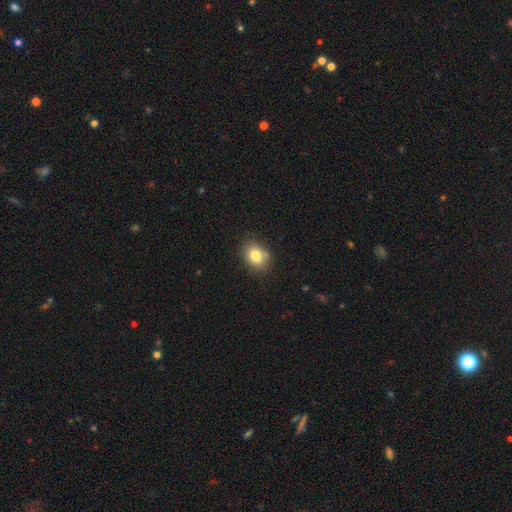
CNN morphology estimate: Overall: smooth (81%). How rounded: in between (60%; round 39%). Merging: none (78%).